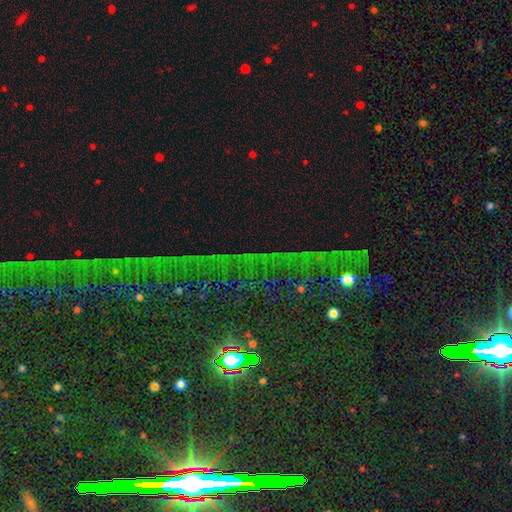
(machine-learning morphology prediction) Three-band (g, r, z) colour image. It shows a star or artifact, not a galaxy (79%).